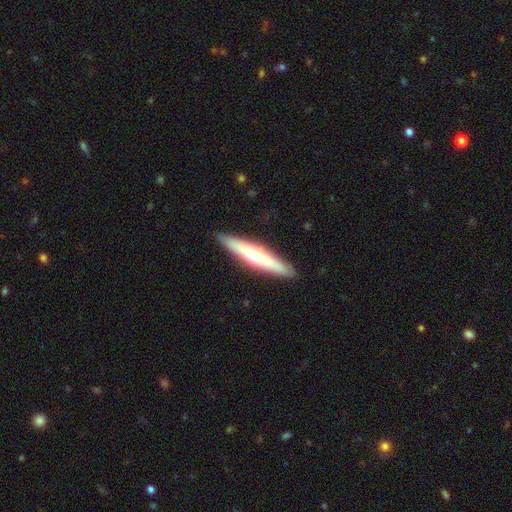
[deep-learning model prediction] Overall: smooth (49%; featured or disk 46%). Merging: none (90%).